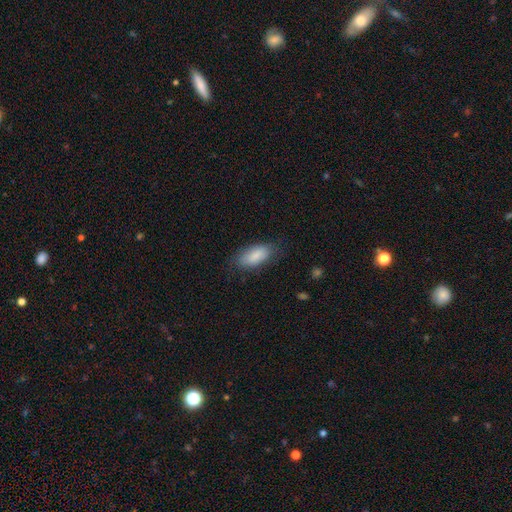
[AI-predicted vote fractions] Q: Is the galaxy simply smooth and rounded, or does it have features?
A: smooth — 85%.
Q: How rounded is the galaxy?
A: in between — 87%.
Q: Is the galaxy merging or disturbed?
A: none — 75%.